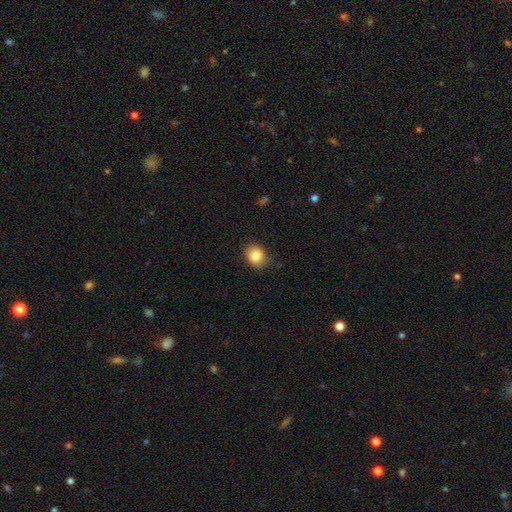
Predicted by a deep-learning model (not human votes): Overall: smooth (84%). How rounded: round (64%; in between 35%). Merging: none (79%).